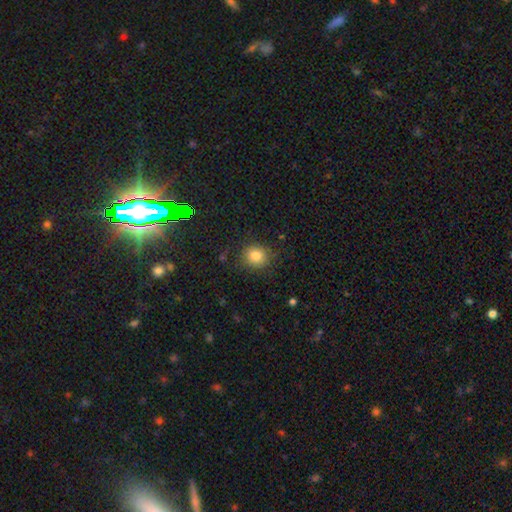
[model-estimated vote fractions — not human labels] Smooth or featured? Predicted: smooth (p=0.81). How rounded? Predicted: round (p=0.85). Merging? Predicted: none (p=0.85).